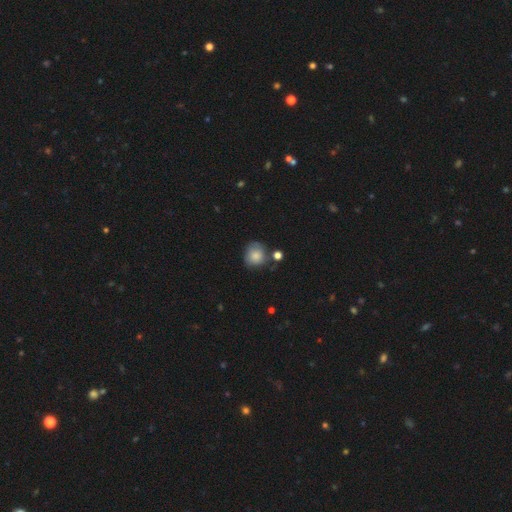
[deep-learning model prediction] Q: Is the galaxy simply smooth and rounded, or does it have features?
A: smooth — 81%.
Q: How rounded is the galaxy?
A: round — 79%.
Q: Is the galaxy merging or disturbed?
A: none — 62%.